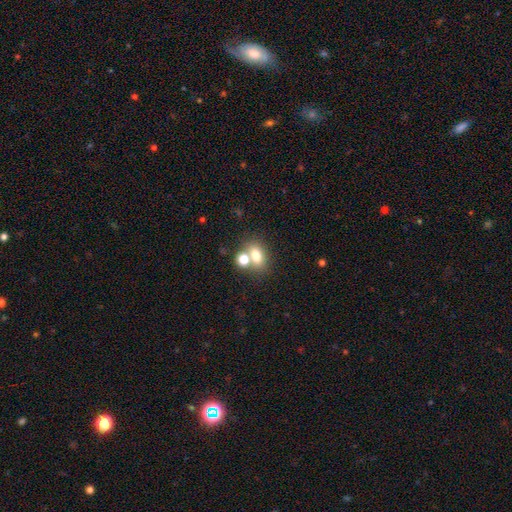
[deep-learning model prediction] Overall: smooth (74%). How rounded: in between (65%; round 33%). Merging: none (48%; merger 39%).